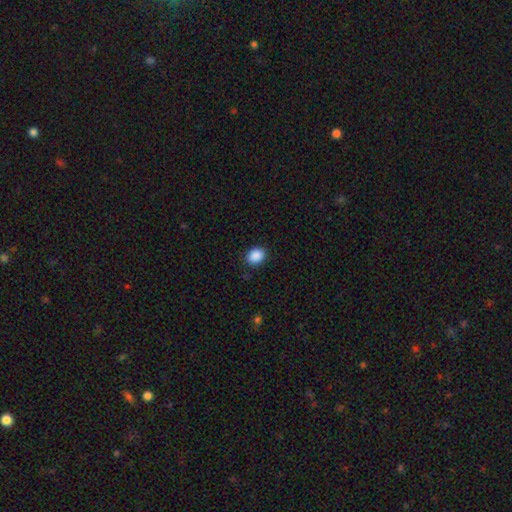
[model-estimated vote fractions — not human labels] Smooth or featured?
  - smooth: 89% *
  - star or artifact: 8%
  - featured or disk: 2%
How rounded?
  - in between: 50% *
  - round: 49%
  - cigar-shaped: 1%
Merging?
  - none: 88% *
  - minor disturbance: 9%
  - major disturbance: 2%
  - merger: 1%